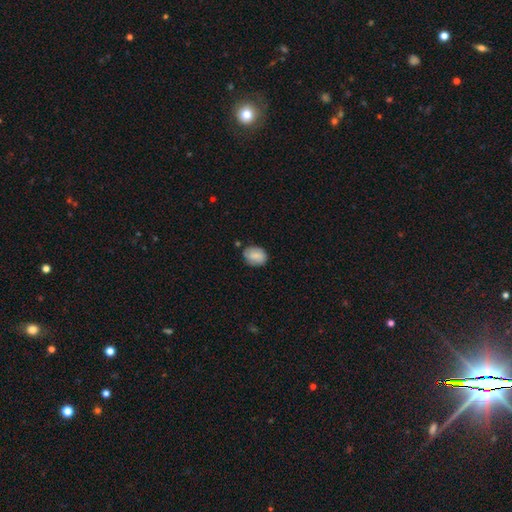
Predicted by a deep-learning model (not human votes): The model was most divided on "how rounded": in between: 62%, round: 37%, cigar-shaped: 1%. More confident: smooth or featured — smooth (77%); merging — none (72%).